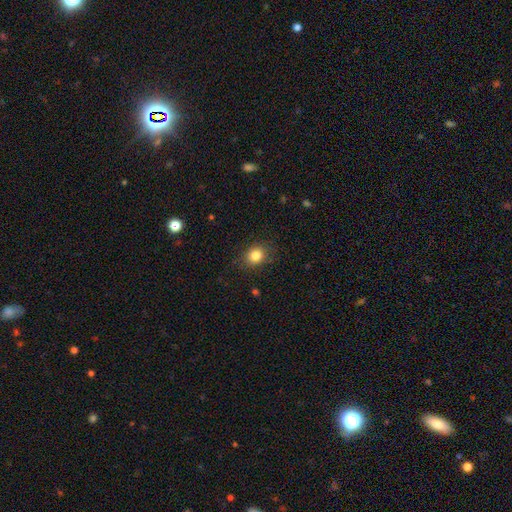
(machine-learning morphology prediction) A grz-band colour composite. It shows a smooth galaxy with no disk features (83%) that is round (61%). Merging: none (85%).